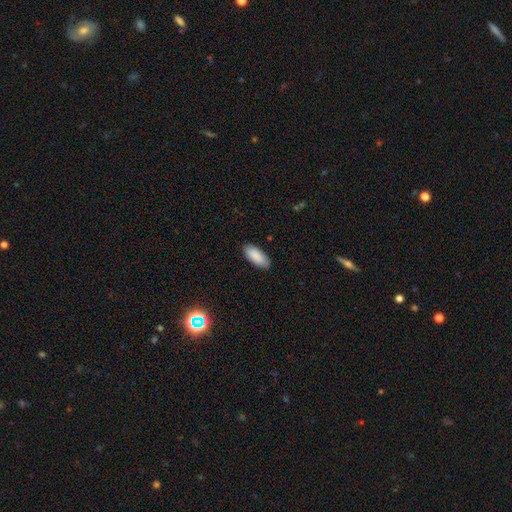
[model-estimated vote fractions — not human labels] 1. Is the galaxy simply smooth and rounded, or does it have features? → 89% smooth, 6% star or artifact, 5% featured or disk.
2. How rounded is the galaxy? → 86% in between, 12% cigar-shaped, 2% round.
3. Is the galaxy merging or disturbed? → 87% none, 10% minor disturbance, 2% major disturbance, 1% merger.